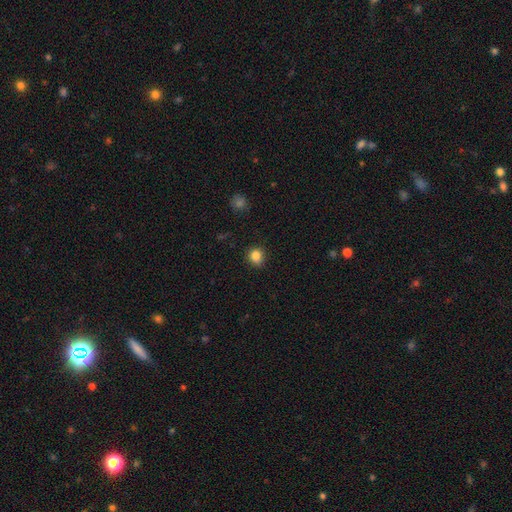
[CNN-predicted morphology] type=smooth (85%); roundness=round (82%); merging=none (88%).